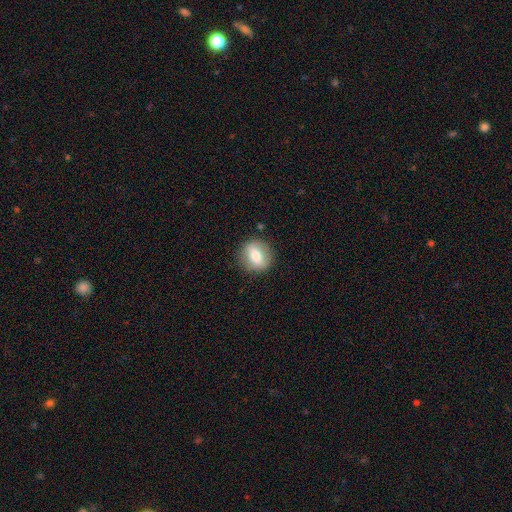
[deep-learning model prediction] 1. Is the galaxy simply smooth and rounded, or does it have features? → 66% smooth, 26% featured or disk, 8% star or artifact.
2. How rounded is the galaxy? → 74% round, 24% in between, 2% cigar-shaped.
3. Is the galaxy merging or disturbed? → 86% none, 10% minor disturbance, 3% major disturbance, 1% merger.